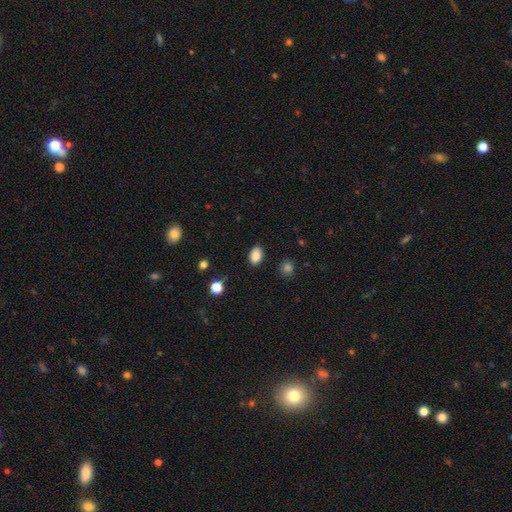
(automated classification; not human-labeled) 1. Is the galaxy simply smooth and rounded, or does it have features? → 87% smooth, 9% star or artifact, 4% featured or disk.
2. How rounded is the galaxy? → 86% in between, 13% round, 1% cigar-shaped.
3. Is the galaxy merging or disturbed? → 86% none, 10% minor disturbance, 2% major disturbance, 1% merger.